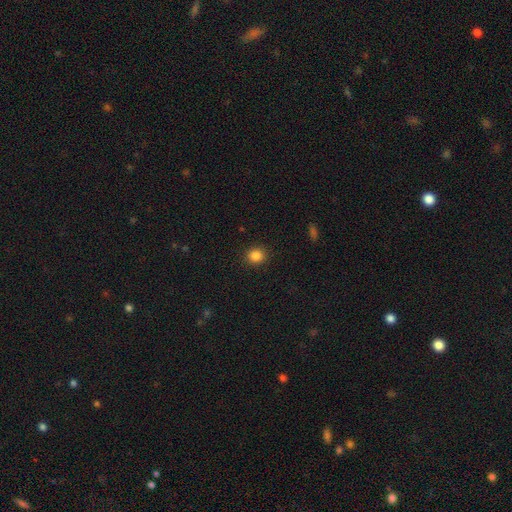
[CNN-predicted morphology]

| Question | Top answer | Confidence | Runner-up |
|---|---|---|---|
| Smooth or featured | smooth | 85% | star or artifact (11%) |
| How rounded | round | 82% | in between (17%) |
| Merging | none | 91% | minor disturbance (6%) |